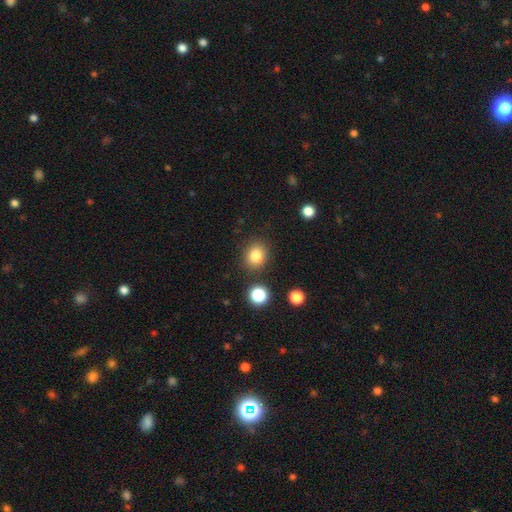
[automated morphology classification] type=smooth (82%); roundness=round (67%); merging=none (84%).